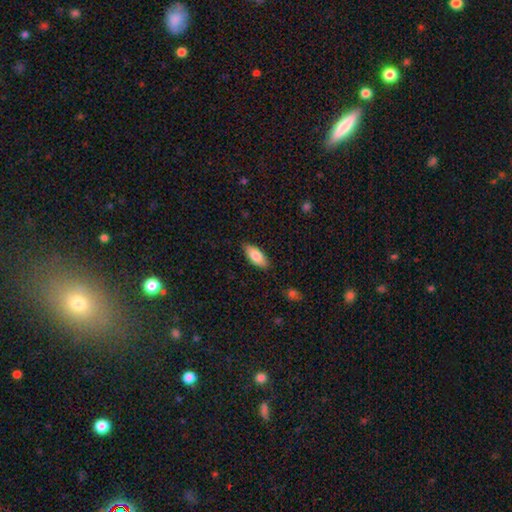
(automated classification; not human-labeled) smooth-or-featured: smooth: 81% | featured or disk: 13% | star or artifact: 6%
  how-rounded: in between: 84% | cigar-shaped: 14% | round: 2%
  merging: none: 85% | minor disturbance: 11% | major disturbance: 2% | merger: 1%